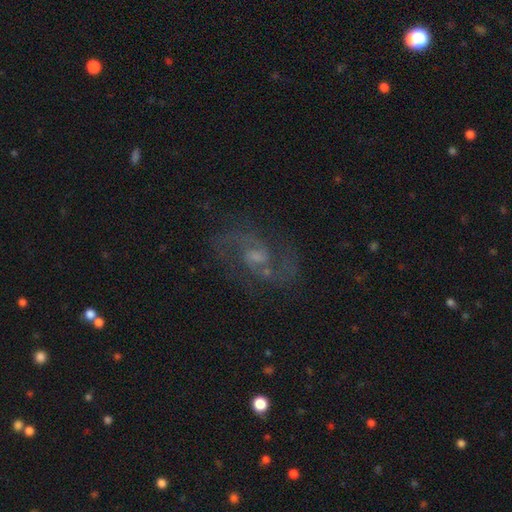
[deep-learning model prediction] Smooth or featured: featured or disk — 85% (star or artifact — 9%)
Edge-on disk: no — 97% (yes — 3%)
Bar: weak — 55% (no — 35%)
Spiral arms: yes — 96% (no — 4%)
Spiral winding: medium — 60% (loose — 27%)
Spiral arm count: 2 — 91% (can't tell — 4%)
Bulge size: small — 43% (moderate — 37%)
Merging: none — 77% (minor disturbance — 13%)